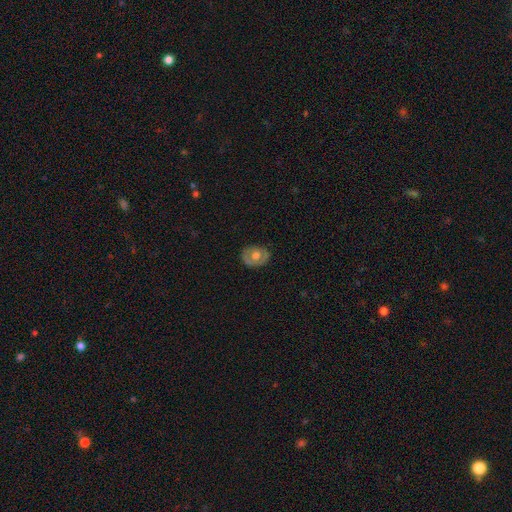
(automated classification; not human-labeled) A smooth galaxy with no disk features (48%).

Vote fractions:
- Smooth or featured? smooth: 48% / featured or disk: 45% / star or artifact: 7%
- Merging? none: 77% / minor disturbance: 17% / major disturbance: 4% / merger: 1%